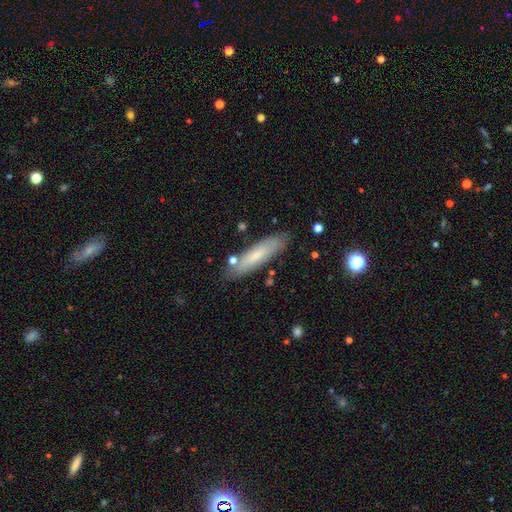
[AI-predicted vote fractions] Smooth or featured: smooth — 65% (featured or disk — 29%)
How rounded: cigar-shaped — 73% (in between — 26%)
Merging: none — 81% (minor disturbance — 13%)